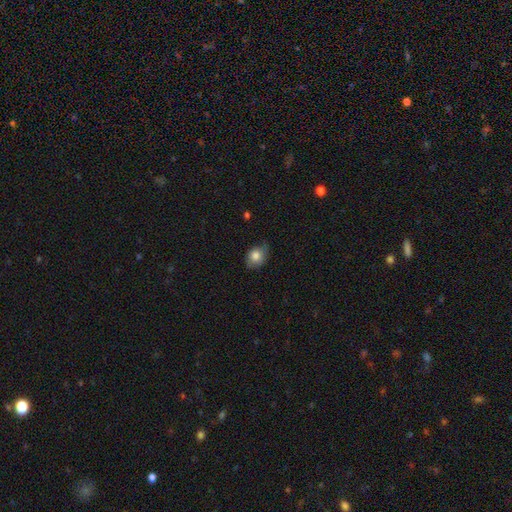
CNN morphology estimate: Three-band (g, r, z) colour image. It shows a smooth galaxy with no disk features (79%) that is in between round and cigar-shaped (55%). Merging: none (59%).